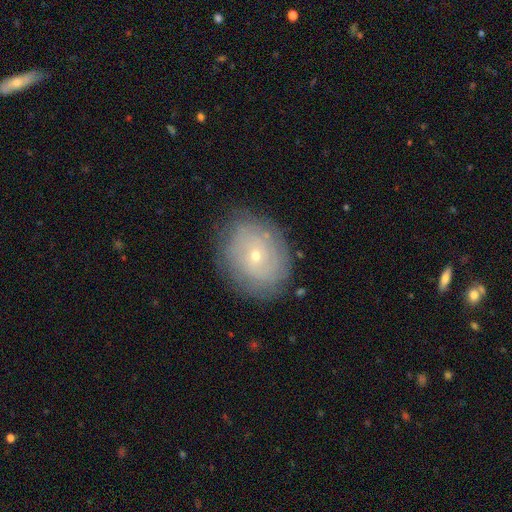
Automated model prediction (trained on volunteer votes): This appears to be a featured or disk galaxy (55%) with no bar (82%), spiral arms (67%) and a small central bulge (78%). Merging: none (81%).